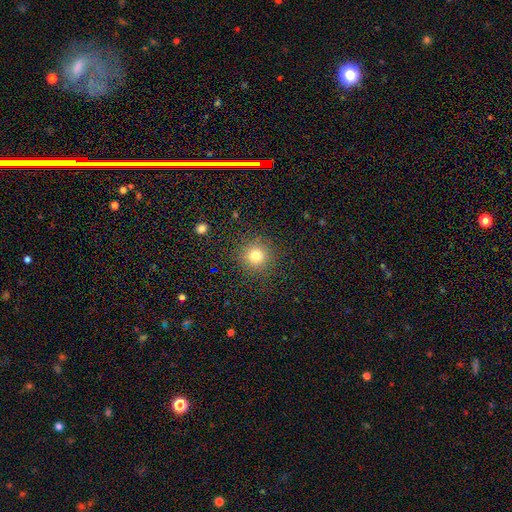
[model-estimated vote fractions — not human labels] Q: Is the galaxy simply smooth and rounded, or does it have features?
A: smooth — 78%.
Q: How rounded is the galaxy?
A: round — 93%.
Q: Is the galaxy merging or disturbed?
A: none — 89%.